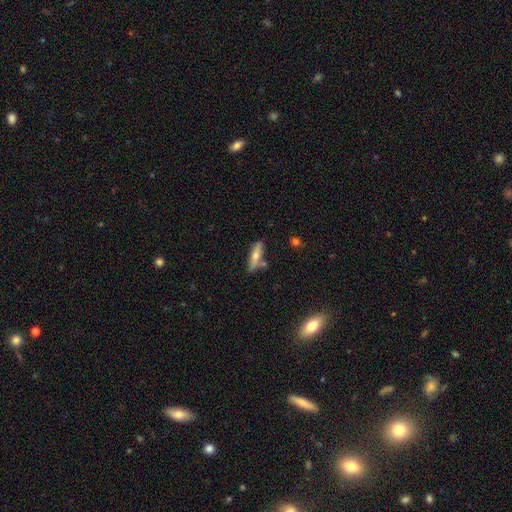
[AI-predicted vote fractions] smooth-or-featured: smooth: 60% | featured or disk: 33% | star or artifact: 7%
  how-rounded: cigar-shaped: 70% | in between: 27% | round: 2%
  merging: none: 70% | minor disturbance: 16% | merger: 10% | major disturbance: 4%